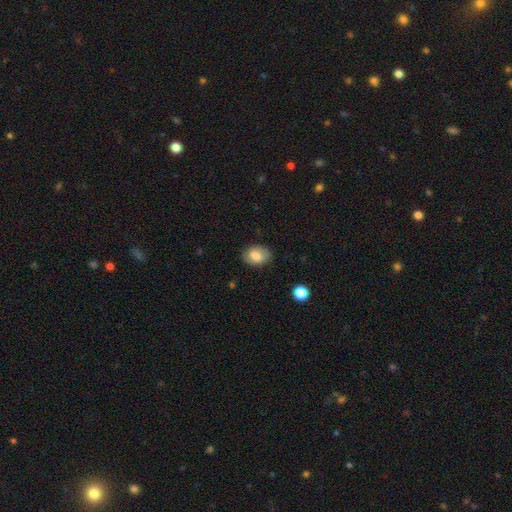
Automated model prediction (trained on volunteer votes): smooth 76%, featured or disk 16%, star or artifact 8%. Down the decision tree: how rounded — in between (80%); merging — none (79%).